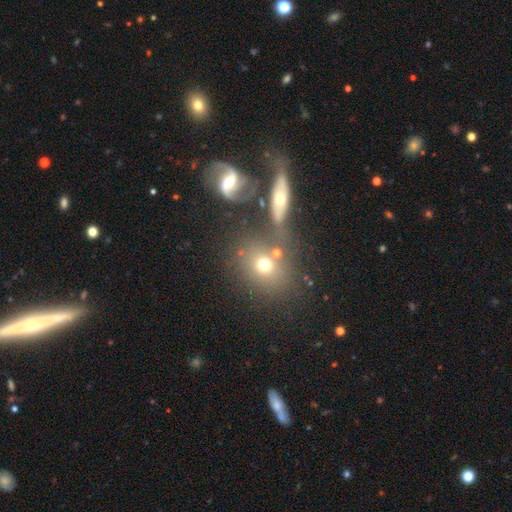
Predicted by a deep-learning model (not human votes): This appears to be a smooth galaxy with no disk features (52%) that is round (62%). Merging: none (58%).